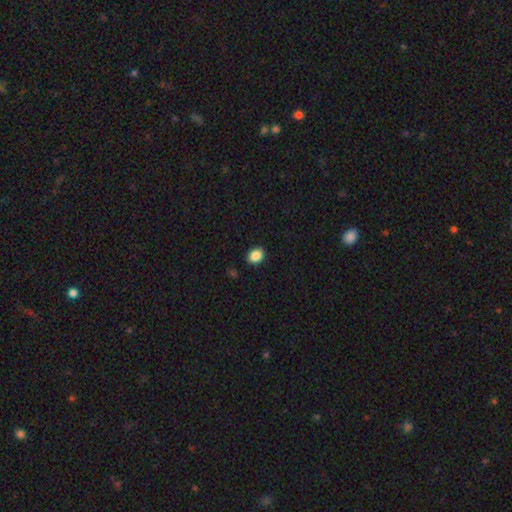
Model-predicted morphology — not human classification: Q: Smooth or featured?
A: smooth (88%); runner-up: star or artifact (9%)
Q: How rounded?
A: in between (59%); runner-up: round (40%)
Q: Merging?
A: none (89%); runner-up: minor disturbance (8%)